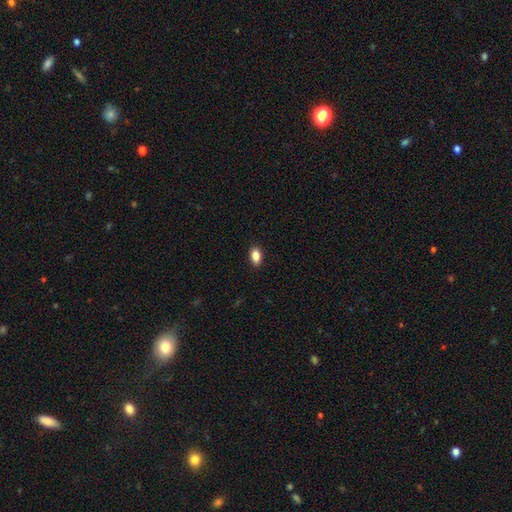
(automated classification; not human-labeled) Smooth or featured: smooth — 87% (star or artifact — 9%)
How rounded: in between — 88% (round — 9%)
Merging: none — 89% (minor disturbance — 8%)